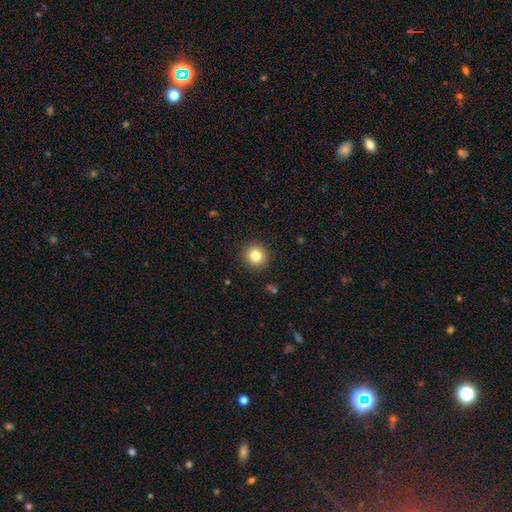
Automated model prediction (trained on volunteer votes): This is clearly a smooth galaxy (82%). How rounded: clearly round (92%). Merging: clearly none (91%).